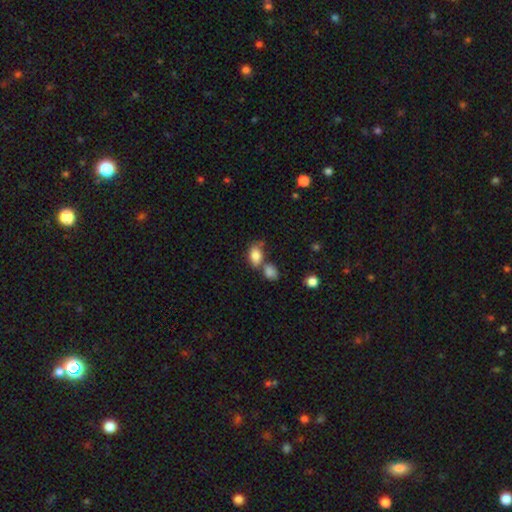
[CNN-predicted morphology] Smooth or featured? smooth (83%)
How rounded? in between (83%)
Merging? none (47%)